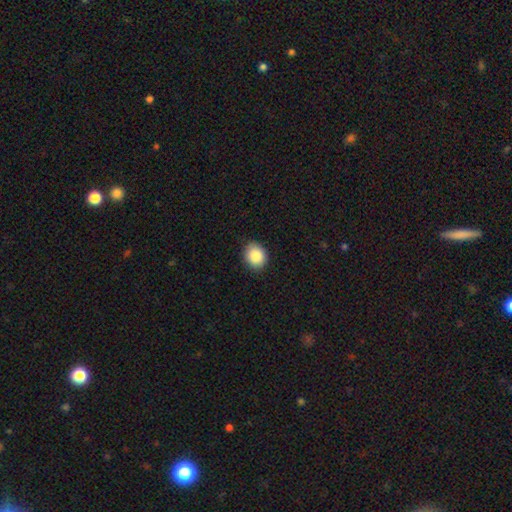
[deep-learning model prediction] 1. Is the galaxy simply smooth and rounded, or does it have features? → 87% smooth, 8% star or artifact, 5% featured or disk.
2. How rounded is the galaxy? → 65% round, 34% in between, 1% cigar-shaped.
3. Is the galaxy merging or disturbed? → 87% none, 10% minor disturbance, 2% major disturbance, 1% merger.